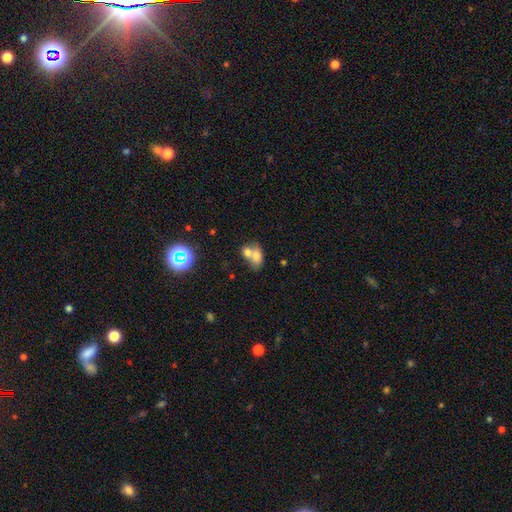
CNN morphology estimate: Smooth or featured: smooth — 69% (featured or disk — 19%)
How rounded: in between — 76% (round — 22%)
Merging: merger — 65% (none — 23%)